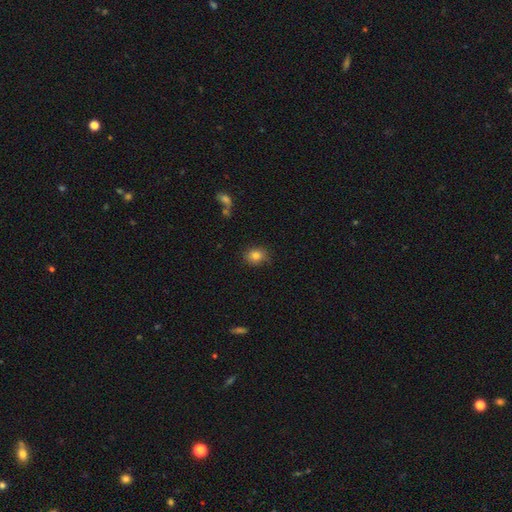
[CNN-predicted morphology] This appears to be a smooth galaxy with no disk features (81%) that is round (59%). Merging: none (81%).